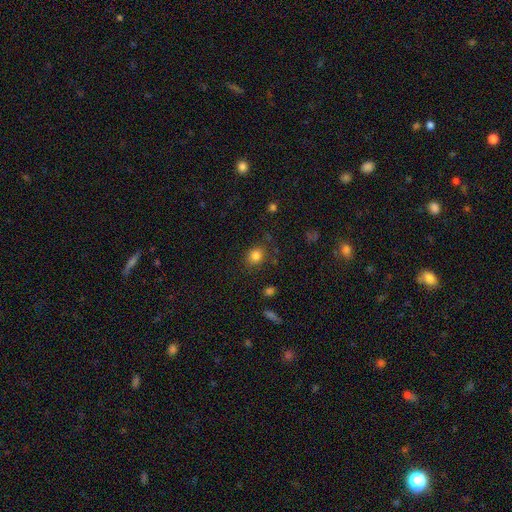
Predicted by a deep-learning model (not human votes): Smooth or featured: smooth — 83% (star or artifact — 12%)
How rounded: round — 65% (in between — 34%)
Merging: none — 80% (minor disturbance — 13%)